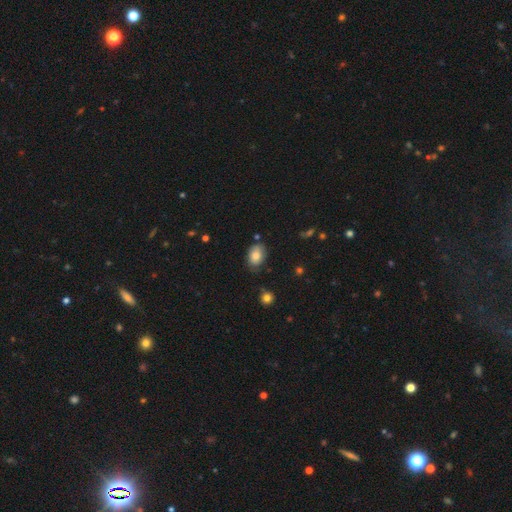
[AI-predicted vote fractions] smooth-or-featured: smooth: 80% | featured or disk: 11% | star or artifact: 9%
  how-rounded: in between: 79% | round: 20% | cigar-shaped: 1%
  merging: none: 72% | minor disturbance: 21% | major disturbance: 4% | merger: 3%